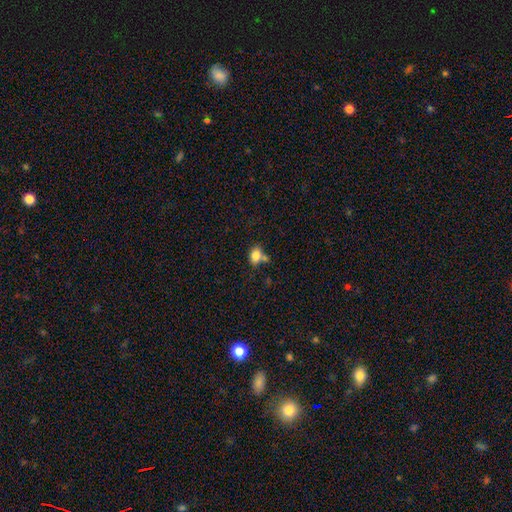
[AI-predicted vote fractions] Morphology: type=smooth (82%); roundness=in between (69%); merging=none (52%).